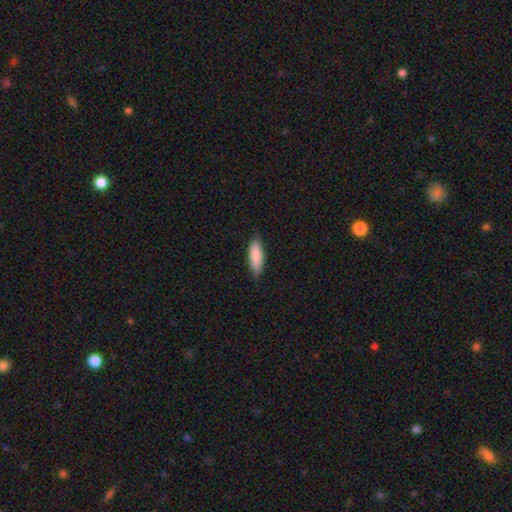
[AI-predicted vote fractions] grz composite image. It shows a smooth galaxy with no disk features (85%) that is in between round and cigar-shaped (60%). Merging: none (76%).